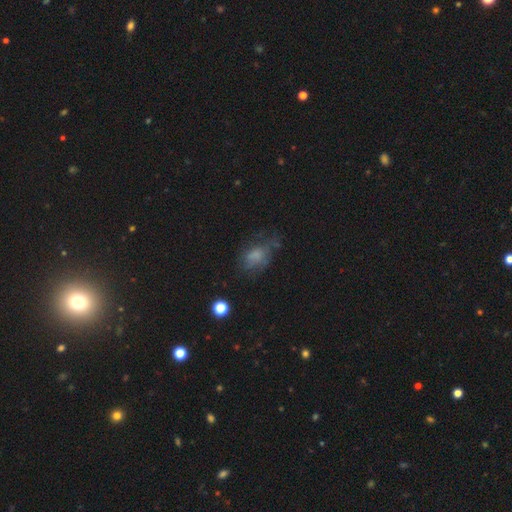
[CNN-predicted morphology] Smooth or featured: smooth — 57% (featured or disk — 27%)
How rounded: in between — 77% (round — 20%)
Merging: none — 43% (minor disturbance — 28%)